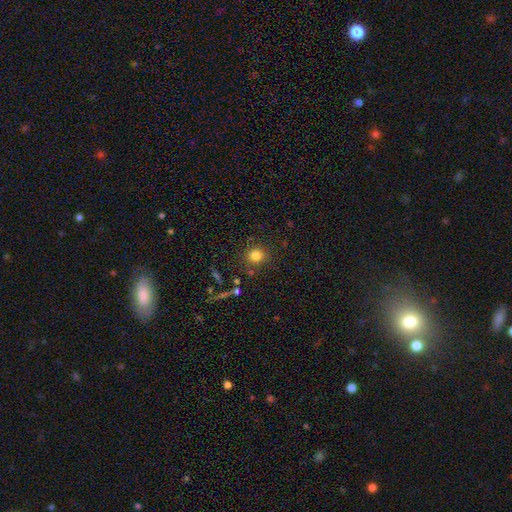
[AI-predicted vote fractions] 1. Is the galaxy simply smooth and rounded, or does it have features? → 80% smooth, 13% star or artifact, 7% featured or disk.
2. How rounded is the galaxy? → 90% round, 9% in between, 1% cigar-shaped.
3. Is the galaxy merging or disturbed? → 84% none, 9% minor disturbance, 4% merger, 3% major disturbance.